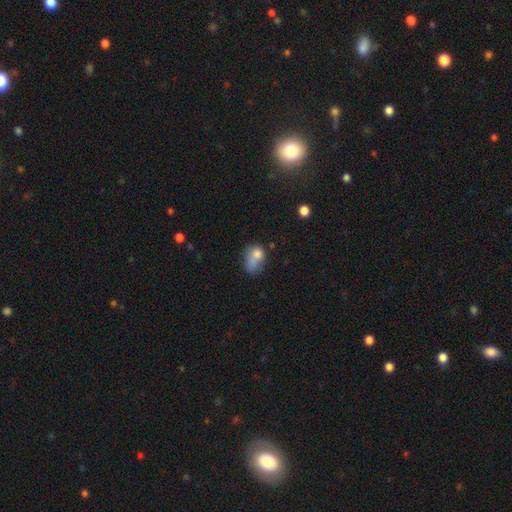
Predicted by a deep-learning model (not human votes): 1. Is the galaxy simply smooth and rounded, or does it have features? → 71% smooth, 18% featured or disk, 11% star or artifact.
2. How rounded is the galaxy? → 66% in between, 32% round, 1% cigar-shaped.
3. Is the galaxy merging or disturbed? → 28% merger, 25% major disturbance, 24% none, 24% minor disturbance.